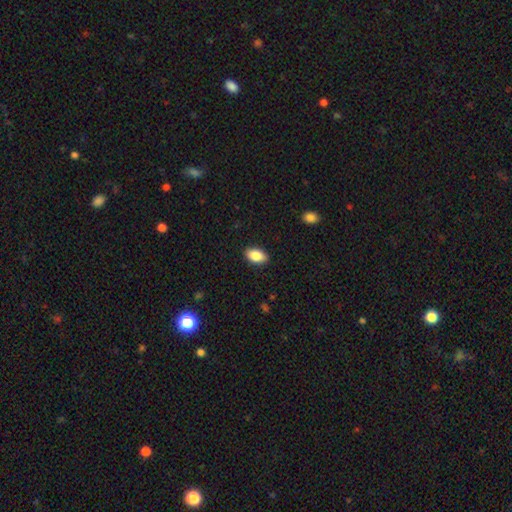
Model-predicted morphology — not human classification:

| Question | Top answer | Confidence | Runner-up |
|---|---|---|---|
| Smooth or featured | smooth | 86% | star or artifact (7%) |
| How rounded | in between | 92% | round (6%) |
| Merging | none | 88% | minor disturbance (9%) |